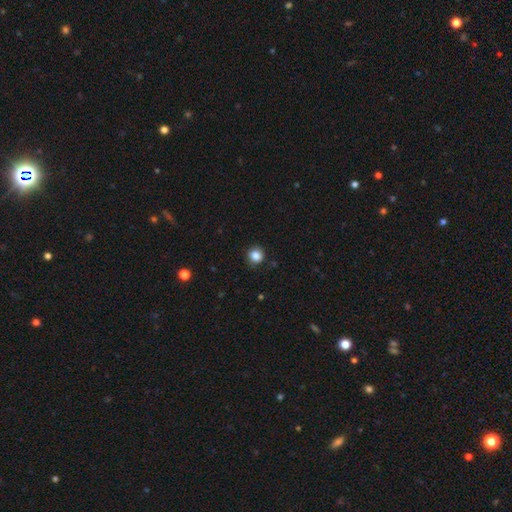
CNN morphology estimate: type=smooth (85%); roundness=round (87%); merging=none (87%).